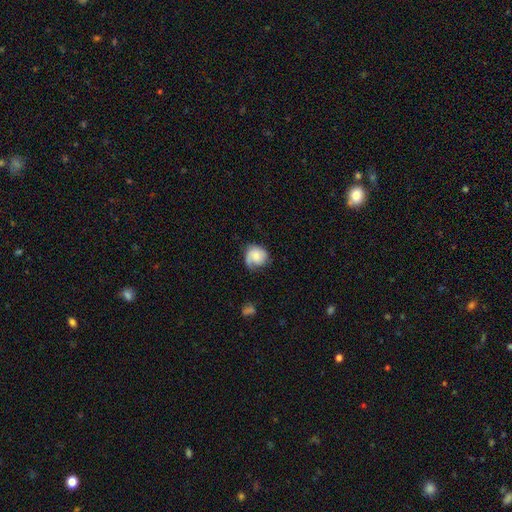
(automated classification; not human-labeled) The model was most divided on "smooth or featured": smooth: 55%, featured or disk: 38%, star or artifact: 7%. More confident: how rounded — round (75%); merging — none (51%).